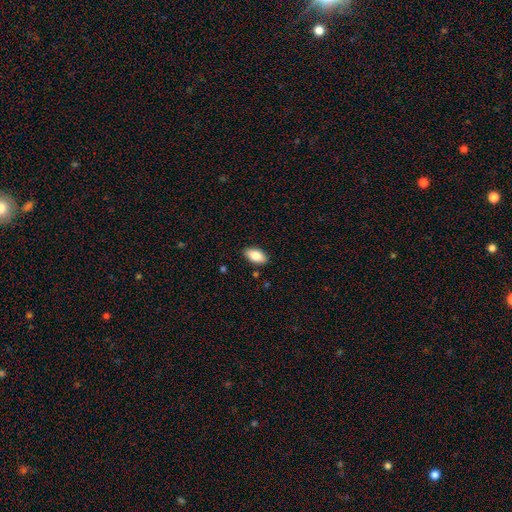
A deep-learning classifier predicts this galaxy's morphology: Smooth or featured? Predicted: smooth (p=0.84). How rounded? Predicted: in between (p=0.93). Merging? Predicted: none (p=0.88).